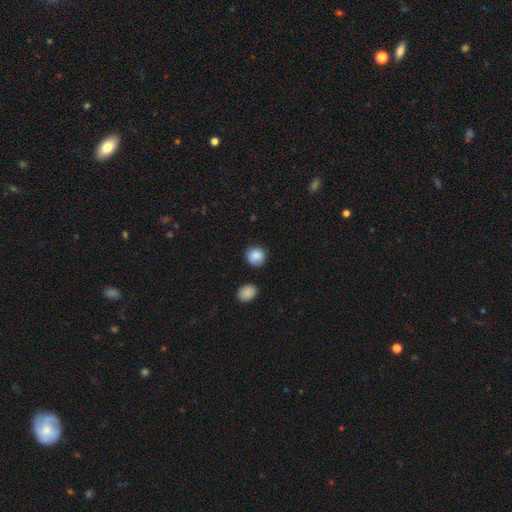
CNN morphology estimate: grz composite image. It shows a smooth galaxy with no disk features (88%) that is round (87%). Merging: none (82%).